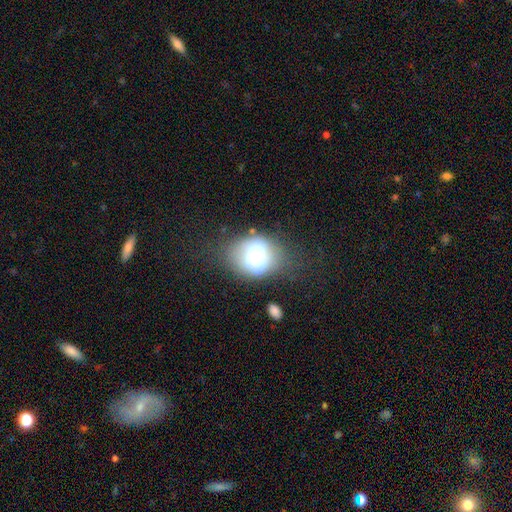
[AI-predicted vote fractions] smooth-or-featured: smooth: 58% | featured or disk: 32% | star or artifact: 10%
  how-rounded: in between: 60% | round: 38% | cigar-shaped: 2%
  merging: none: 49% | minor disturbance: 25% | major disturbance: 18% | merger: 8%